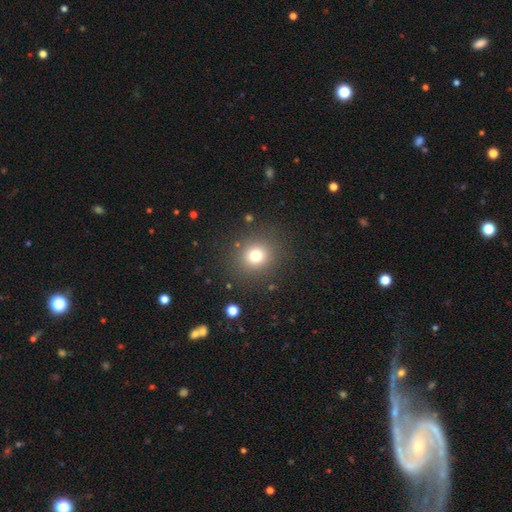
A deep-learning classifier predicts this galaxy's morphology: Smooth or featured? Predicted: smooth (p=0.76). How rounded? Predicted: round (p=0.86). Merging? Predicted: none (p=0.87).